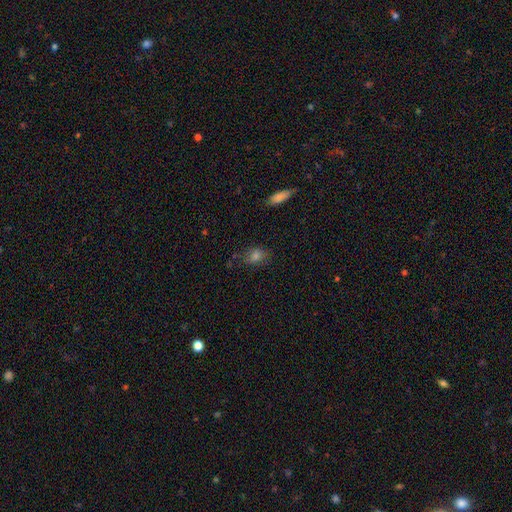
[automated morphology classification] Smooth or featured: smooth — 72% (star or artifact — 17%)
How rounded: in between — 63% (round — 34%)
Merging: none — 72% (minor disturbance — 19%)